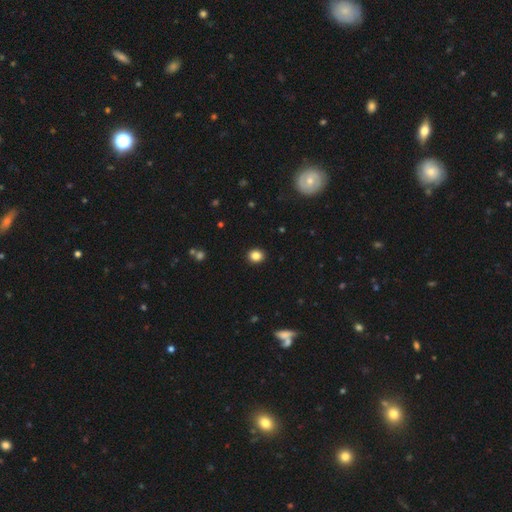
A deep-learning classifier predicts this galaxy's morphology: Q: Smooth or featured?
A: smooth (85%); runner-up: star or artifact (11%)
Q: How rounded?
A: round (76%); runner-up: in between (23%)
Q: Merging?
A: none (92%); runner-up: minor disturbance (5%)